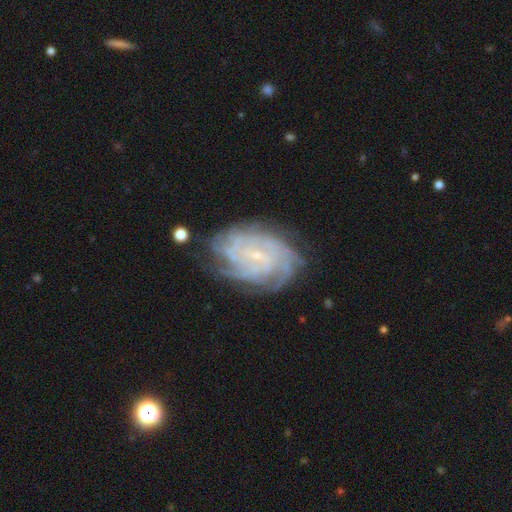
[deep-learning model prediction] Smooth or featured: featured or disk — 86% (smooth — 8%)
Edge-on disk: no — 97% (yes — 3%)
Bar: no — 52% (weak — 38%)
Spiral arms: yes — 97% (no — 3%)
Spiral winding: tight — 75% (medium — 21%)
Spiral arm count: can't tell — 29% (4 — 26%)
Bulge size: small — 83% (moderate — 10%)
Merging: none — 74% (minor disturbance — 18%)